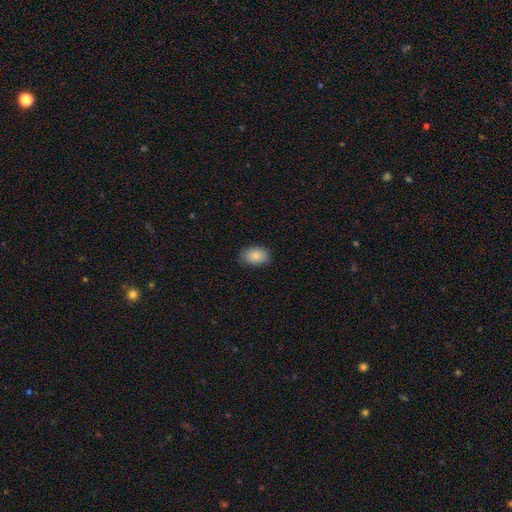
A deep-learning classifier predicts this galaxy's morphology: Smooth or featured: smooth — 86% (star or artifact — 7%)
How rounded: in between — 83% (round — 16%)
Merging: none — 84% (minor disturbance — 12%)